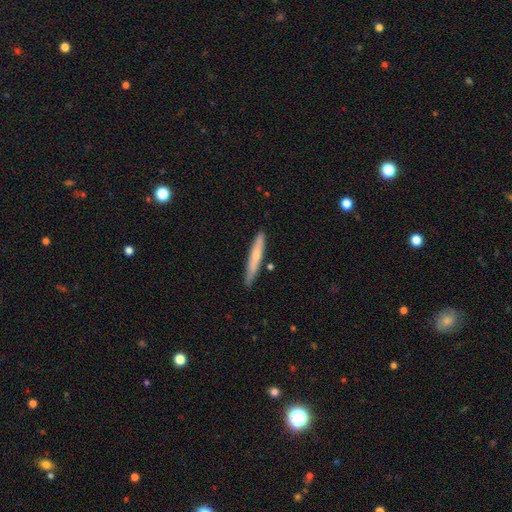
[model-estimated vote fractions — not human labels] smooth-or-featured: smooth: 62% | featured or disk: 32% | star or artifact: 6%
  how-rounded: cigar-shaped: 94% | in between: 4% | round: 1%
  merging: none: 84% | minor disturbance: 12% | merger: 3% | major disturbance: 2%